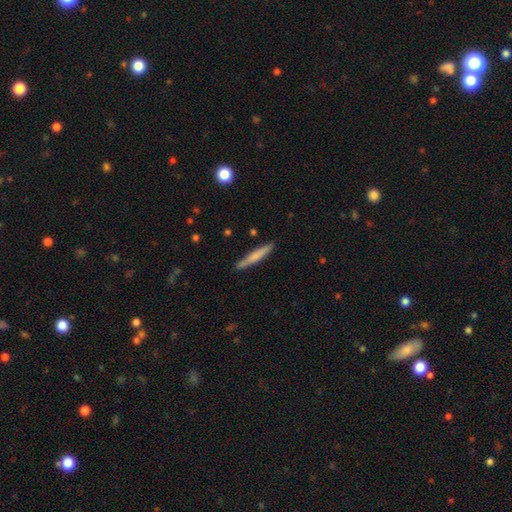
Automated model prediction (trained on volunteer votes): smooth_or_featured: smooth (p=0.68) [alt: featured or disk p=0.26]
how_rounded: cigar-shaped (p=0.94) [alt: in between p=0.05]
merging: none (p=0.86) [alt: minor disturbance p=0.10]